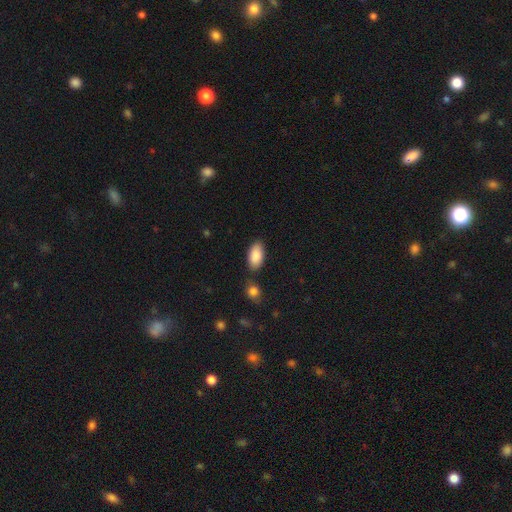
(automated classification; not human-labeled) This appears to be a smooth galaxy with no disk features (88%) that is in between round and cigar-shaped (94%). Merging: none (78%).